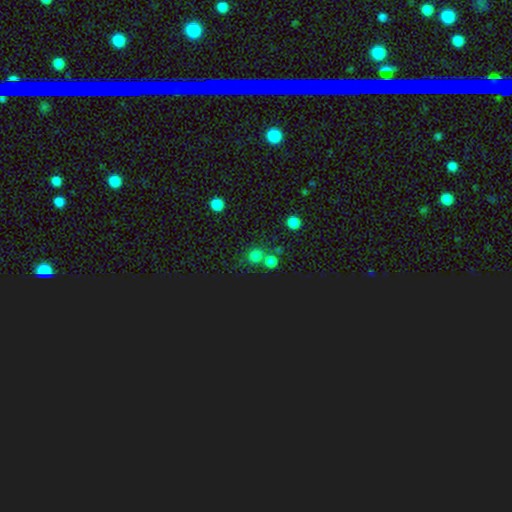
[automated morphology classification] smooth-or-featured: smooth: 68% | star or artifact: 27% | featured or disk: 5%
  how-rounded: round: 87% | in between: 12% | cigar-shaped: 1%
  merging: none: 64% | merger: 25% | minor disturbance: 8% | major disturbance: 3%